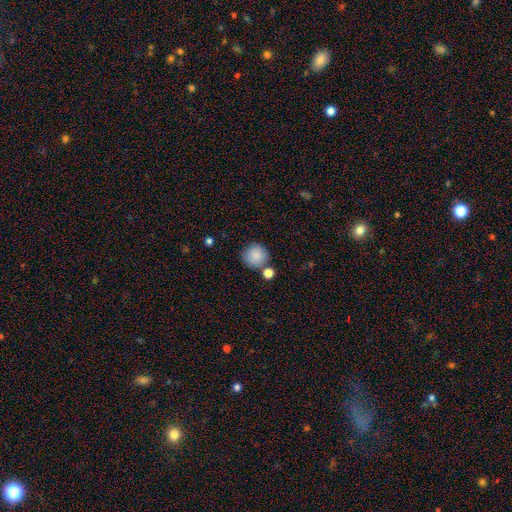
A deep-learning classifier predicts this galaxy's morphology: Overall: smooth (87%). How rounded: round (93%). Merging: none (74%).